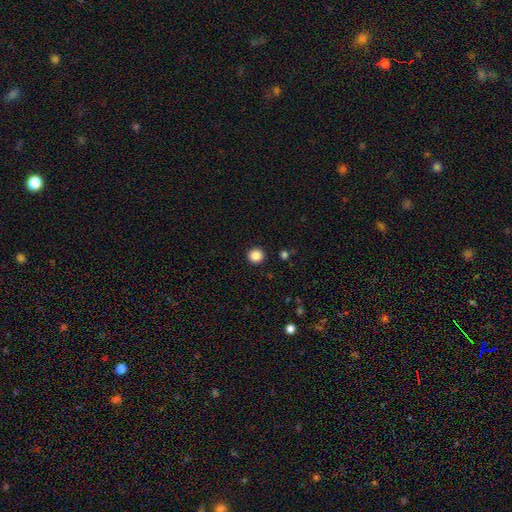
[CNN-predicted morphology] A smooth galaxy with no disk features (87%) that is round (92%).

Vote fractions:
- Smooth or featured? smooth: 87% / star or artifact: 10% / featured or disk: 3%
- How rounded? round: 92% / in between: 7% / cigar-shaped: 1%
- Merging? none: 93% / minor disturbance: 4% / major disturbance: 2% / merger: 1%